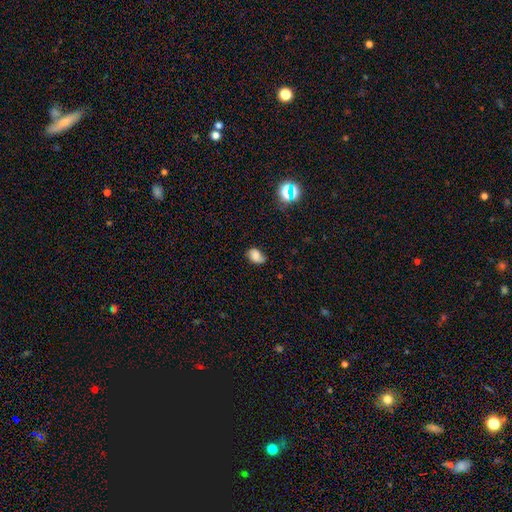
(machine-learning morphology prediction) Smooth or featured? Predicted: smooth (p=0.68). How rounded? Predicted: in between (p=0.78). Merging? Predicted: none (p=0.62).